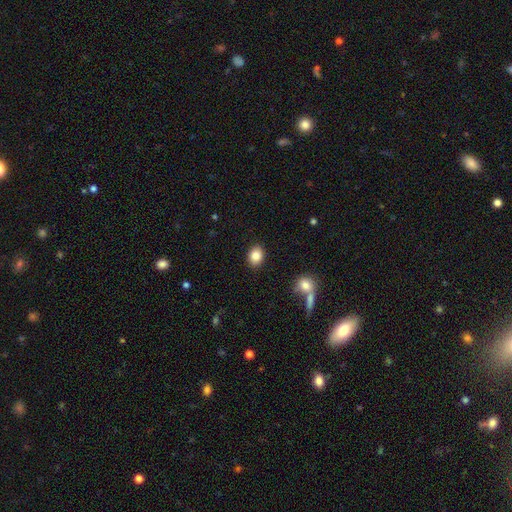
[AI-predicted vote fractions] Overall: smooth (86%). How rounded: in between (61%; round 38%). Merging: none (88%).